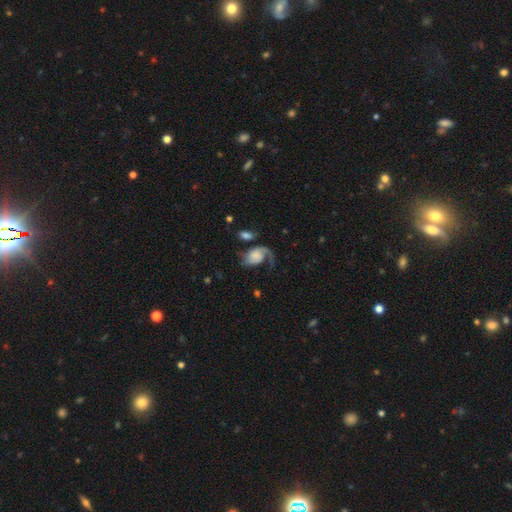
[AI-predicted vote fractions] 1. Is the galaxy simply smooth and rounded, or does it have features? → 68% featured or disk, 24% smooth, 8% star or artifact.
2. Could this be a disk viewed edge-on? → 97% no, 3% yes.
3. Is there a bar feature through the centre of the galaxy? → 68% no, 26% weak, 7% strong.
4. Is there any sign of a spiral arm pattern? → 92% yes, 8% no.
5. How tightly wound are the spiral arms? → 53% loose, 33% medium, 14% tight.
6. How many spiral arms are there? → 51% 1, 43% 2, 3% can't tell, 1% 3, 1% 4, 1% more than 4.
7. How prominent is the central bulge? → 42% none, 19% small, 17% large, 13% moderate, 9% dominant.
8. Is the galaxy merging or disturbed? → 38% none, 36% major disturbance, 19% minor disturbance, 7% merger.